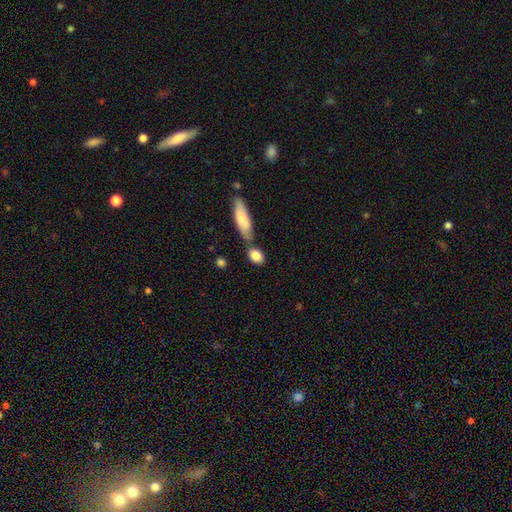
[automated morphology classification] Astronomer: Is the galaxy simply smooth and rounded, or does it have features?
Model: smooth — 84%.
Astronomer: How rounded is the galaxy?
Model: in between — 65%.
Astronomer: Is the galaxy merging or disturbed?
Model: none — 59%.